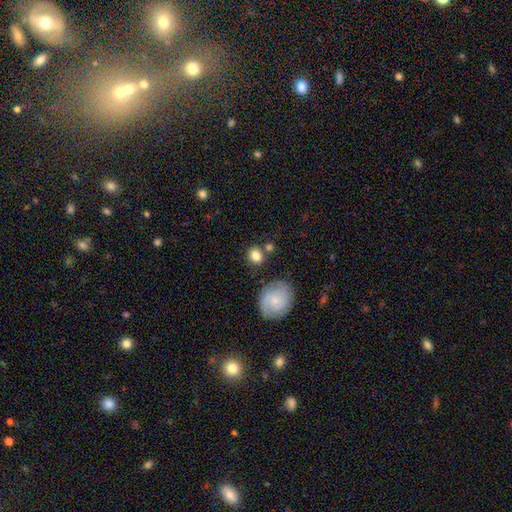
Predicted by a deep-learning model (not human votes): smooth_or_featured: smooth (p=0.81) [alt: featured or disk p=0.11]
how_rounded: round (p=0.79) [alt: in between p=0.20]
merging: none (p=0.75) [alt: minor disturbance p=0.11]